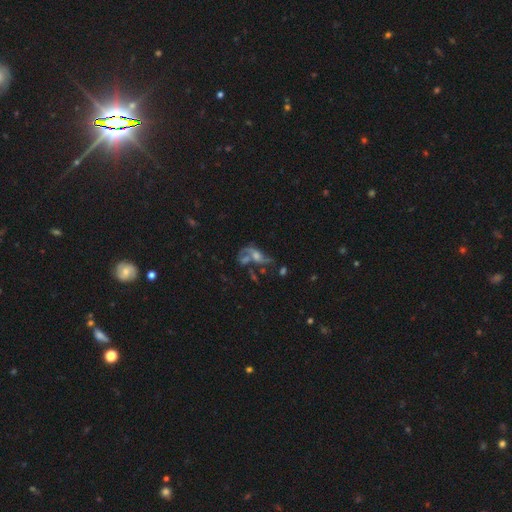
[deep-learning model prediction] A featured or disk galaxy (62%) with no bar (69%), spiral arms (63%) and a moderate central bulge (47%).

Vote fractions:
- Smooth or featured? featured or disk: 62% / smooth: 20% / star or artifact: 17%
- Edge-on disk? no: 91% / yes: 9%
- Bar? no: 69% / weak: 24% / strong: 8%
- Spiral arms? yes: 63% / no: 37%
- Bulge size? moderate: 47% / small: 29% / none: 12% / large: 9% / dominant: 3%
- Merging? major disturbance: 30% / merger: 29% / none: 27% / minor disturbance: 13%